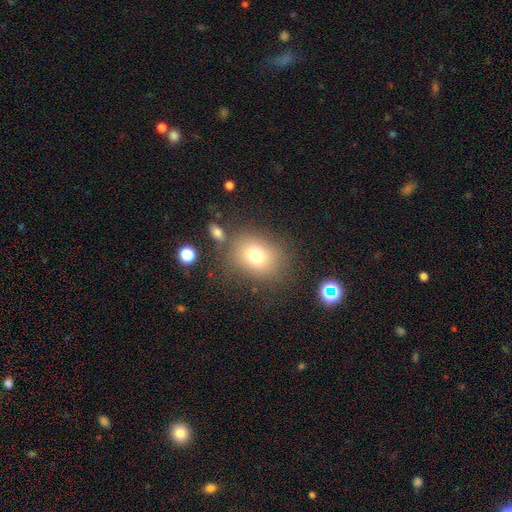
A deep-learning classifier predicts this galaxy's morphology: smooth 74%, star or artifact 14%, featured or disk 12%. Down the decision tree: how rounded — round (53%); merging — none (75%).